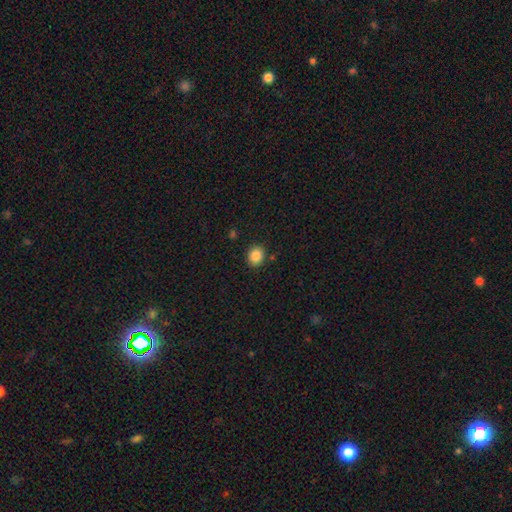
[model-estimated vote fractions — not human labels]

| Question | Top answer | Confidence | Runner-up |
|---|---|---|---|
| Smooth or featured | smooth | 86% | star or artifact (10%) |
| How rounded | round | 71% | in between (29%) |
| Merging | none | 88% | minor disturbance (8%) |